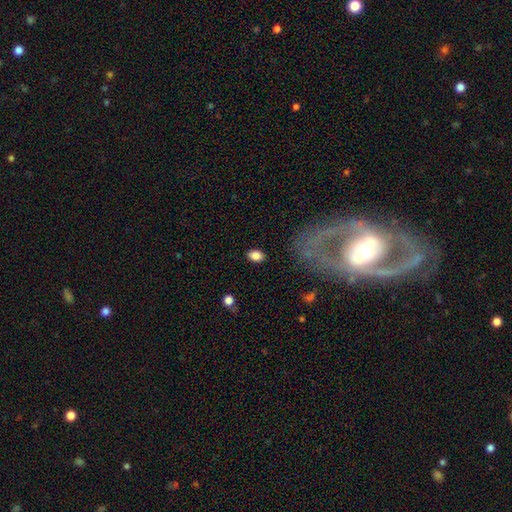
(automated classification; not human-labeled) Morphology: type=smooth (84%); roundness=in between (83%); merging=none (87%).